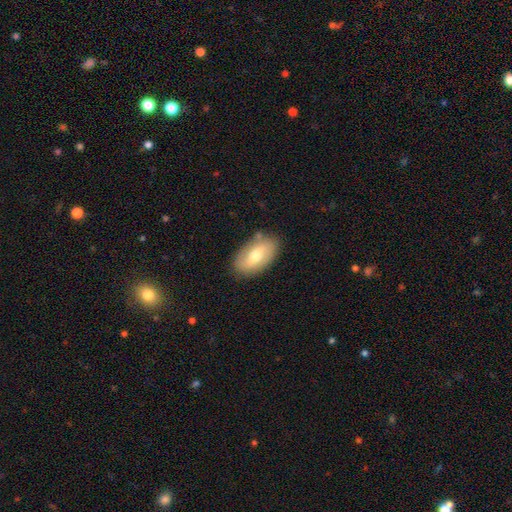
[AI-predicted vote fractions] The model was most divided on "smooth or featured": smooth: 54%, featured or disk: 40%, star or artifact: 7%. More confident: how rounded — in between (92%); merging — none (81%).